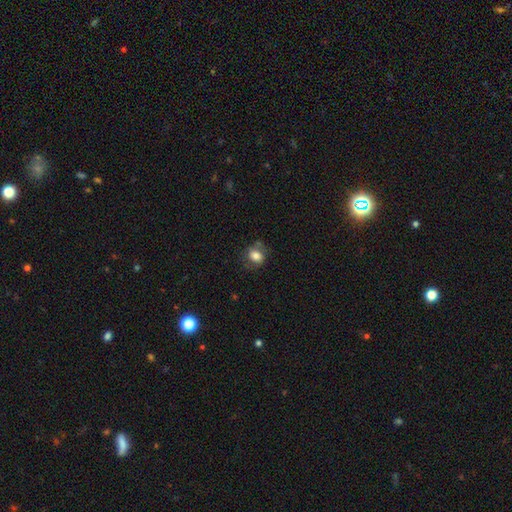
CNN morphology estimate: Smooth or featured?
  - smooth: 76% *
  - featured or disk: 15%
  - star or artifact: 9%
How rounded?
  - in between: 50% *
  - round: 49%
  - cigar-shaped: 1%
Merging?
  - none: 65% *
  - minor disturbance: 22%
  - major disturbance: 9%
  - merger: 5%